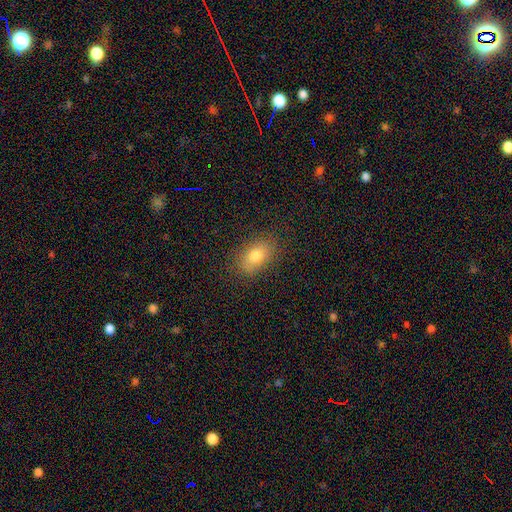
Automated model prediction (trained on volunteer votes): This appears to be a smooth galaxy with no disk features (78%) that is in between round and cigar-shaped (86%). Merging: none (83%).